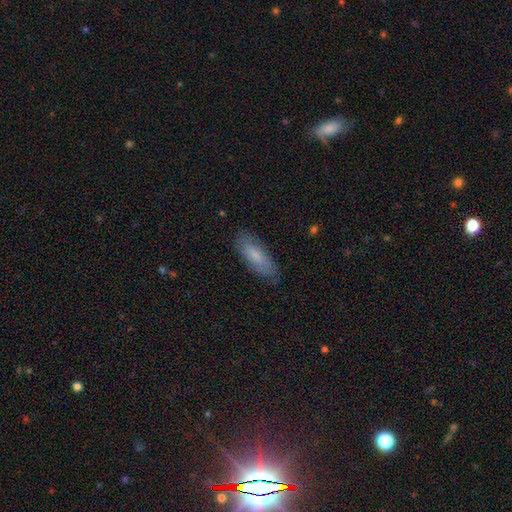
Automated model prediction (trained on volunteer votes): smooth_or_featured: smooth (p=0.73) [alt: featured or disk p=0.21]
how_rounded: in between (p=0.60) [alt: cigar-shaped p=0.39]
merging: none (p=0.81) [alt: minor disturbance p=0.15]